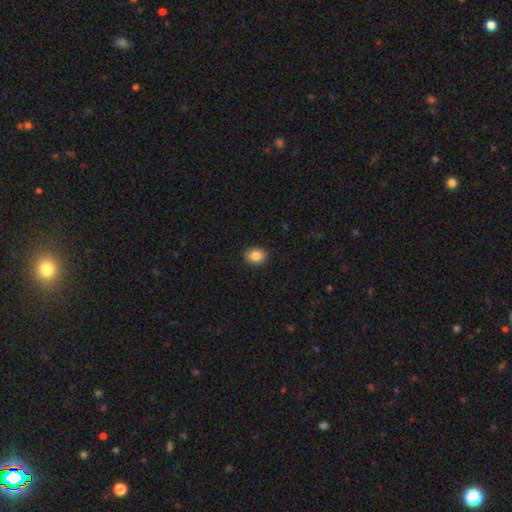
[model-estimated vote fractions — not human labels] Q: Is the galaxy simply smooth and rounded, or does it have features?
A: smooth — 86%.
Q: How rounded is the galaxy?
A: in between — 61%.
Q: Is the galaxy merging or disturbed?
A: none — 90%.